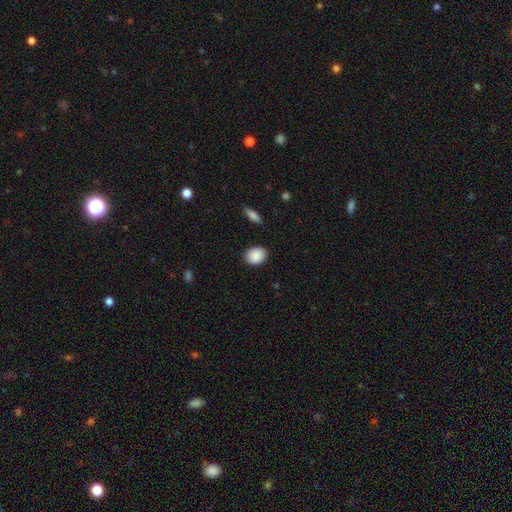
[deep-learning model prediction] Smooth or featured? Predicted: smooth (p=0.90). How rounded? Predicted: in between (p=0.51). Merging? Predicted: none (p=0.87).